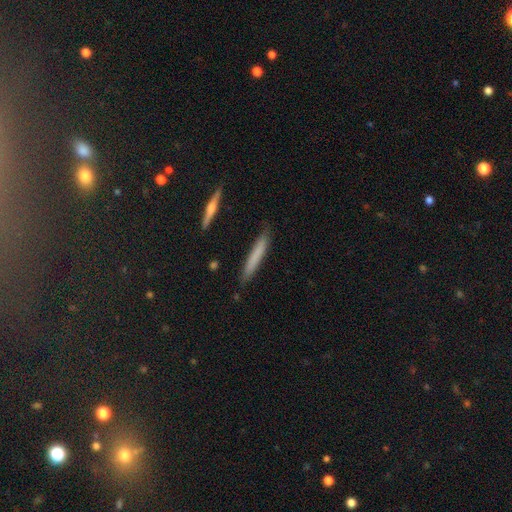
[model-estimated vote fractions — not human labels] Morphology: type=smooth (71%); roundness=cigar-shaped (94%); merging=none (86%).